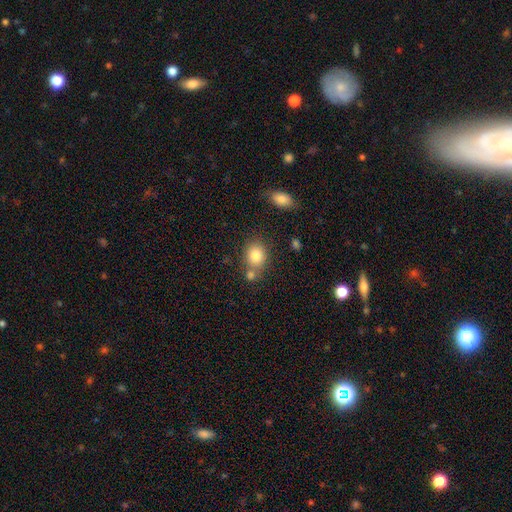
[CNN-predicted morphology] smooth 82%, star or artifact 10%, featured or disk 9%. Down the decision tree: how rounded — round (62%); merging — none (60%).